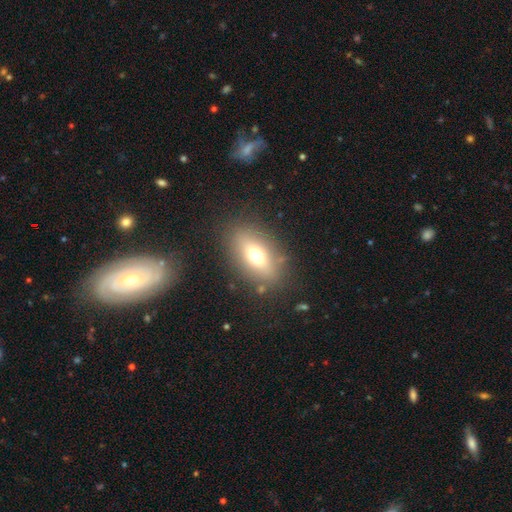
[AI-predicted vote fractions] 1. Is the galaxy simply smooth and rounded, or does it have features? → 67% smooth, 22% featured or disk, 11% star or artifact.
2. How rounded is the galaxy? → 81% in between, 12% round, 7% cigar-shaped.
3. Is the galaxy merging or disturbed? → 82% none, 11% minor disturbance, 5% major disturbance, 2% merger.